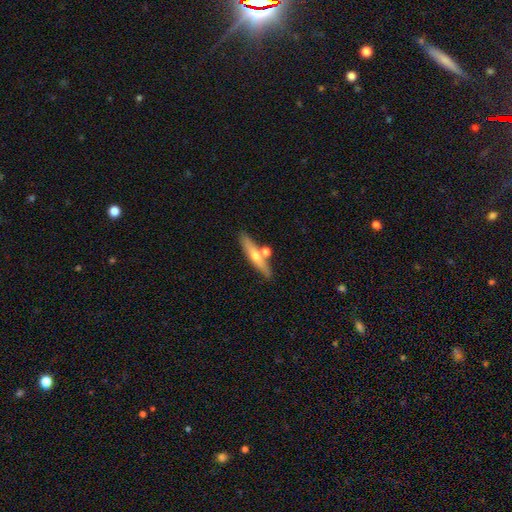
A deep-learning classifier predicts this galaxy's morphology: Smooth or featured? Predicted: featured or disk (p=0.47, tied with smooth). Merging? Predicted: none (p=0.72).